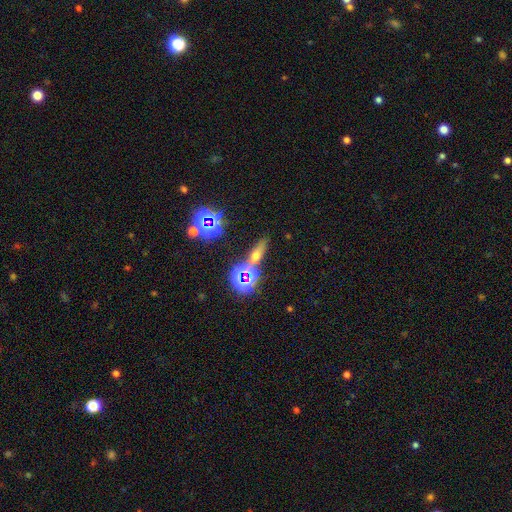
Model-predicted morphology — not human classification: smooth_or_featured: smooth (p=0.44) [alt: star or artifact p=0.35]
merging: none (p=0.68) [alt: merger p=0.16]